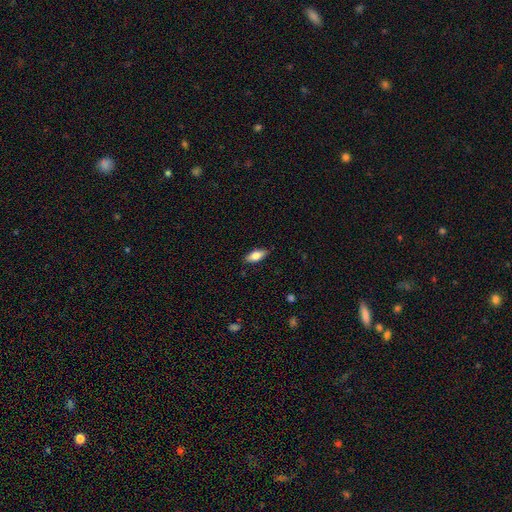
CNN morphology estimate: Overall: smooth (73%). How rounded: in between (80%). Merging: none (85%).